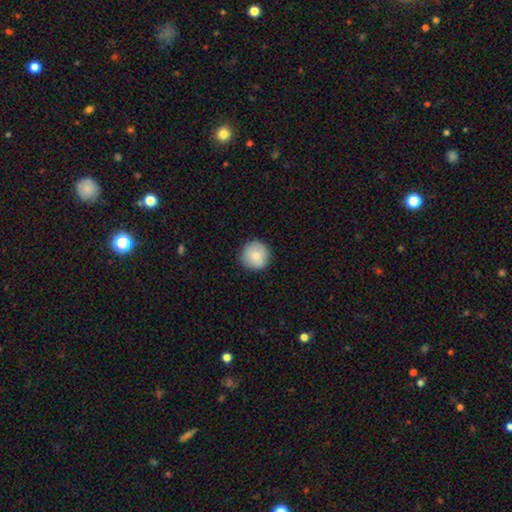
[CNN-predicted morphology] smooth 78%, featured or disk 14%, star or artifact 8%. Down the decision tree: how rounded — round (96%); merging — none (88%).